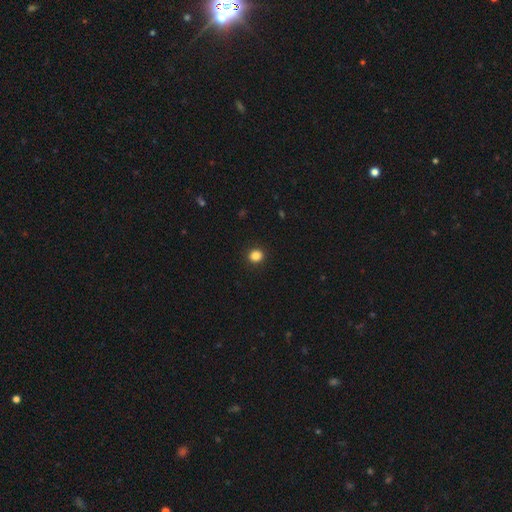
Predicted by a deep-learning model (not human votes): Smooth or featured: smooth — 85% (star or artifact — 11%)
How rounded: round — 84% (in between — 15%)
Merging: none — 92% (minor disturbance — 5%)